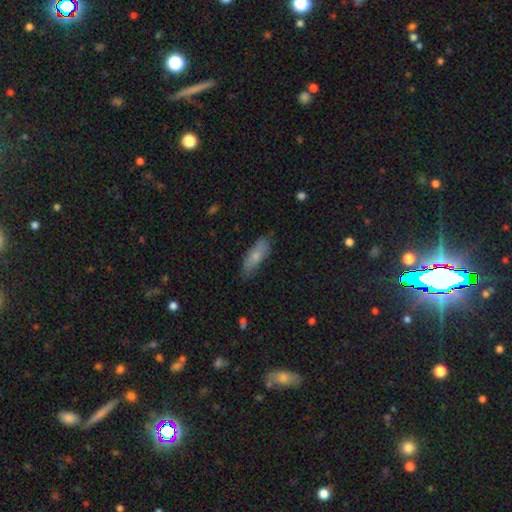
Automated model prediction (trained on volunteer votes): Overall: smooth (72%). How rounded: in between (56%; cigar-shaped 42%). Merging: none (78%).